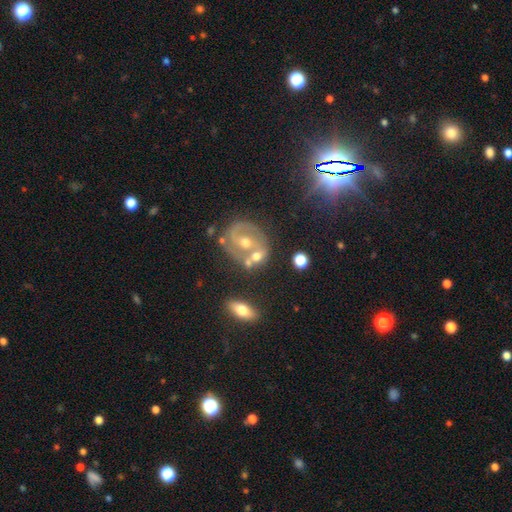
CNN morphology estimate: smooth-or-featured: featured or disk: 71% | smooth: 18% | star or artifact: 11%
  disk-edge-on: no: 96% | yes: 4%
    bar: no: 50% | weak: 33% | strong: 17%
    has-spiral-arms: yes: 73% | no: 27%
    bulge-size: moderate: 66% | small: 27% | large: 4% | none: 2% | dominant: 1%
  merging: none: 54% | merger: 23% | minor disturbance: 16% | major disturbance: 8%